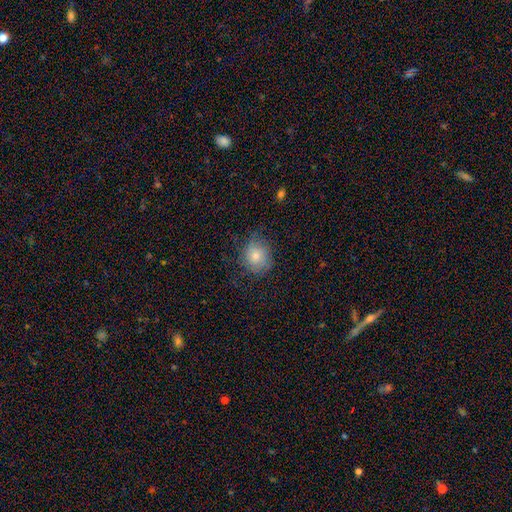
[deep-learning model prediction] Smooth or featured? smooth (71%)
How rounded? round (80%)
Merging? none (69%)